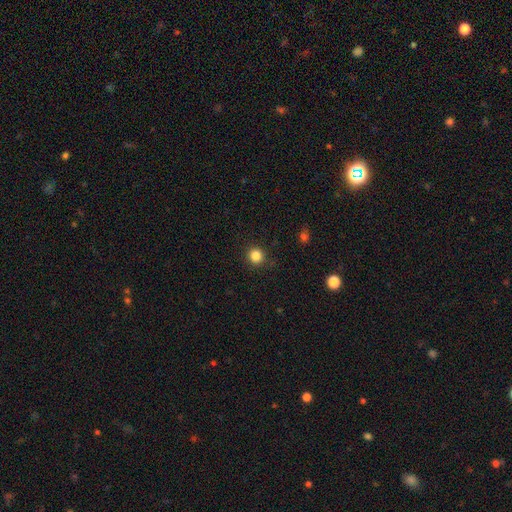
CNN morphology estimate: Smooth or featured? Predicted: smooth (p=0.84). How rounded? Predicted: round (p=0.94). Merging? Predicted: none (p=0.91).